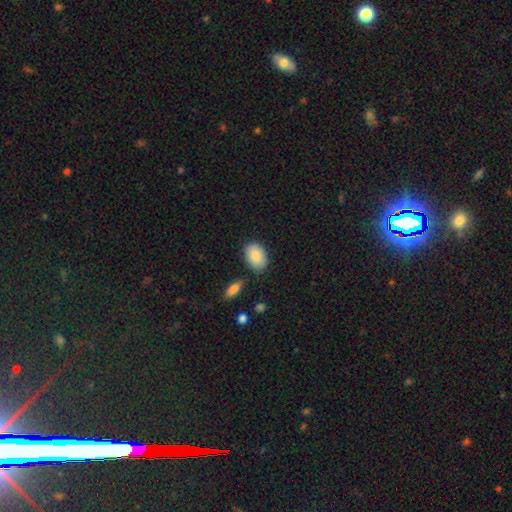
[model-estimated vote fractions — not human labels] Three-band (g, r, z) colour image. It shows a smooth galaxy with no disk features (87%) that is in between round and cigar-shaped (87%). Merging: none (78%).